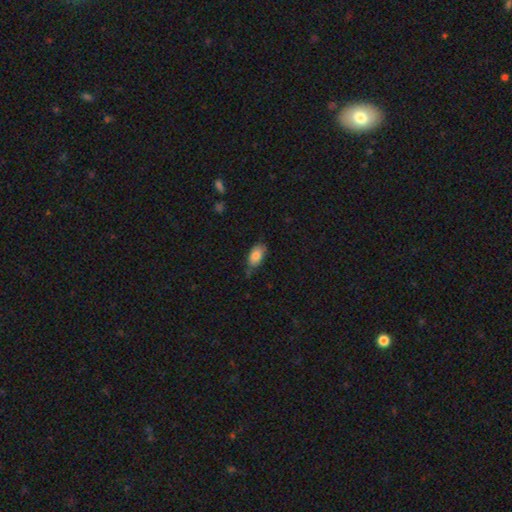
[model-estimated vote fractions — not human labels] Morphology: type=smooth (84%); roundness=in between (91%); merging=none (61%).